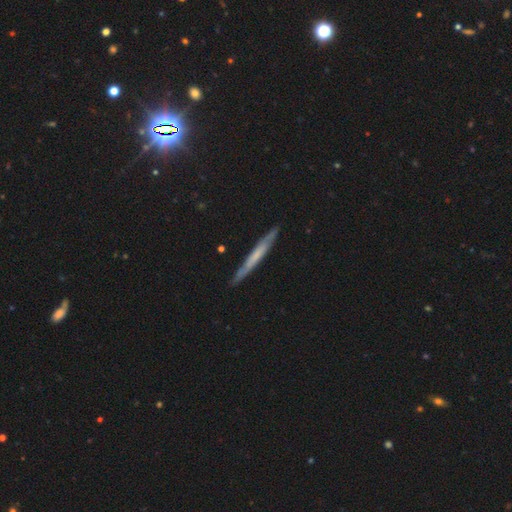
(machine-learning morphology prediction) smooth-or-featured: featured or disk: 52% | smooth: 42% | star or artifact: 6%
  disk-edge-on: yes: 92% | no: 8%
  merging: none: 87% | minor disturbance: 10% | major disturbance: 2% | merger: 1%